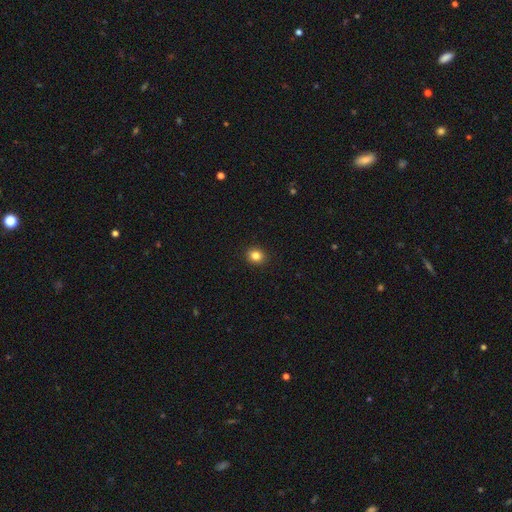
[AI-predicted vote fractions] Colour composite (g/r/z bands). It shows a smooth galaxy with no disk features (84%) that is round (78%). Merging: none (92%).